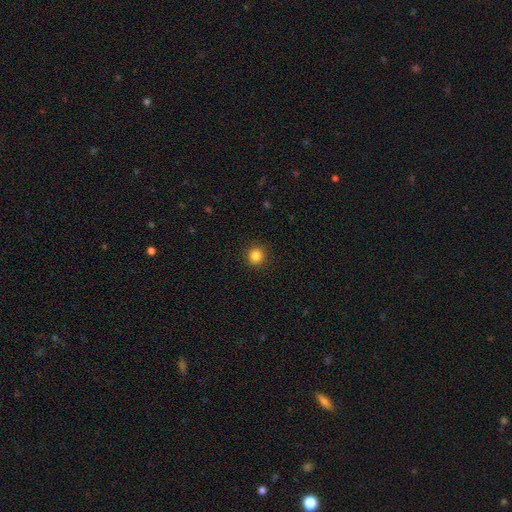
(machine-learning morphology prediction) smooth 84%, star or artifact 12%, featured or disk 4%. Down the decision tree: how rounded — round (93%); merging — none (92%).